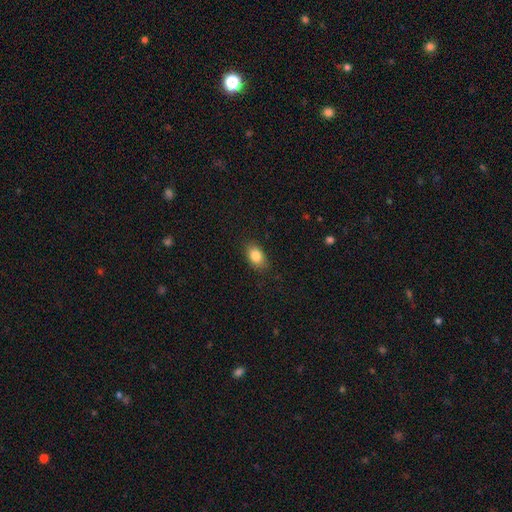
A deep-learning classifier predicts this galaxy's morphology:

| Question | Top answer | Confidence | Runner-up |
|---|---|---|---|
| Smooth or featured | smooth | 85% | star or artifact (8%) |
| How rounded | in between | 85% | round (14%) |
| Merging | none | 85% | minor disturbance (11%) |